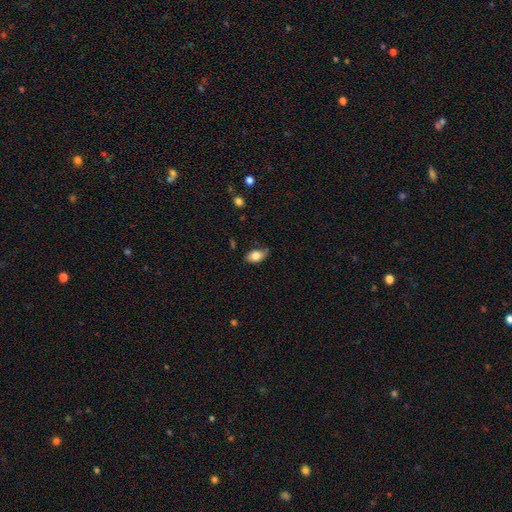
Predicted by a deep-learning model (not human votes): This is likely a smooth galaxy (80%). How rounded: clearly in between (91%). Merging: likely none (71%).